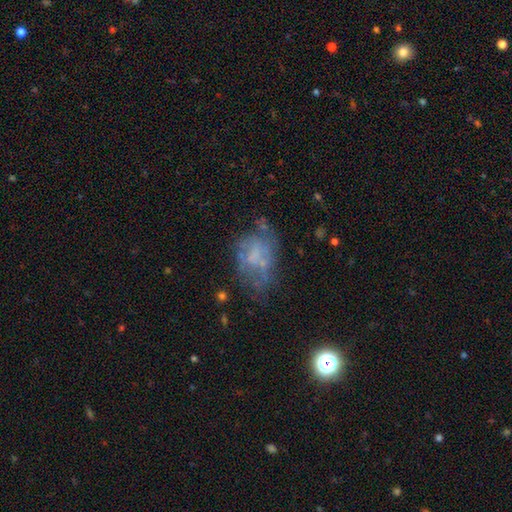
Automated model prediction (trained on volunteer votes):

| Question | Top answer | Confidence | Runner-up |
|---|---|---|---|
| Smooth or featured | featured or disk | 52% | smooth (30%) |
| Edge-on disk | no | 97% | yes (3%) |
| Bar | no | 76% | weak (19%) |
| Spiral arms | no | 72% | yes (28%) |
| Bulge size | none | 58% | small (22%) |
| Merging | none | 46% | major disturbance (25%) |